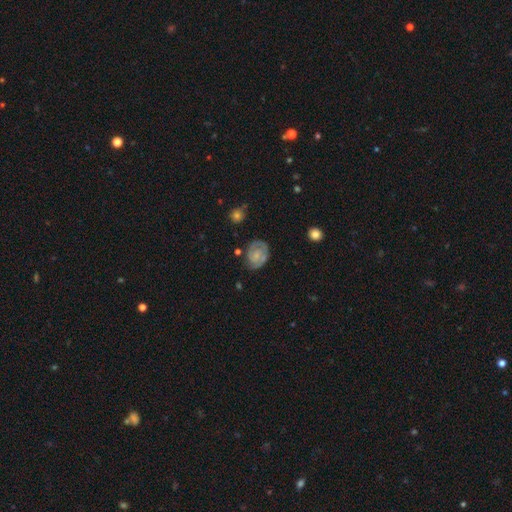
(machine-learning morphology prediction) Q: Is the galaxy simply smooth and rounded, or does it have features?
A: featured or disk — 72%.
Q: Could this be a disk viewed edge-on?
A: no — 97%.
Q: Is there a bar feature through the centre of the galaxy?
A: no — 59%.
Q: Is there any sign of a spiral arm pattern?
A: yes — 89%.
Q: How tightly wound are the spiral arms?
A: tight — 59%.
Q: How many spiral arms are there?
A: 2 — 69%.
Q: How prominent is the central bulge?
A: small — 46%.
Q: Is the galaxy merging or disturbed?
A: none — 71%.